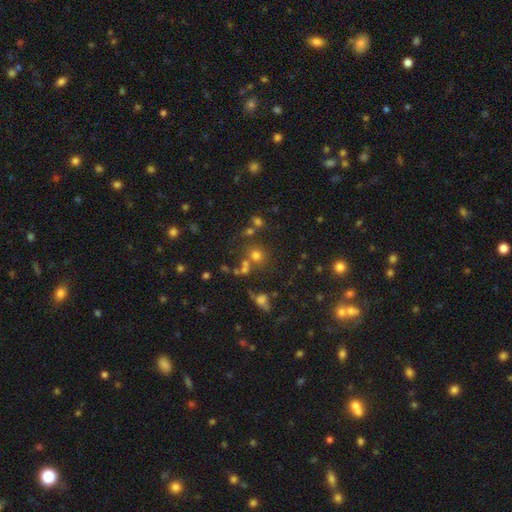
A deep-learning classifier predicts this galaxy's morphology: This appears to be a smooth galaxy with no disk features (64%) that is round (84%). Merging: none (63%).